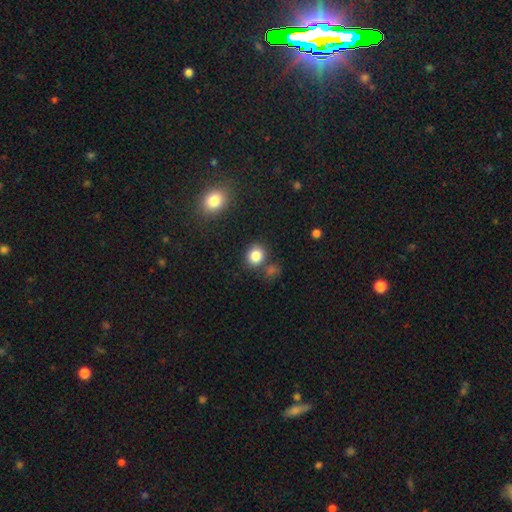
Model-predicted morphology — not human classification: type=smooth (83%); roundness=round (74%); merging=none (75%).